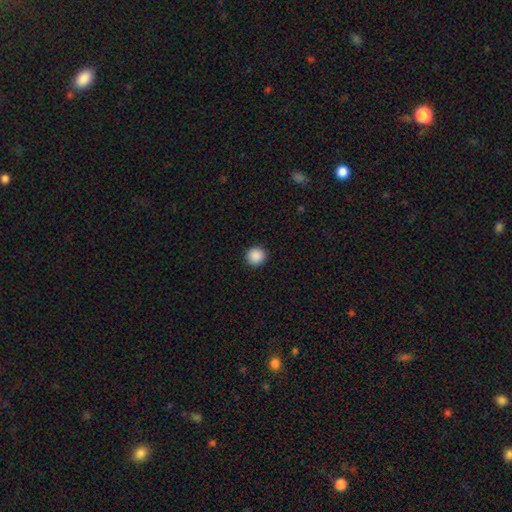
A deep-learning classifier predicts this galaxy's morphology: type=smooth (89%); roundness=round (95%); merging=none (93%).